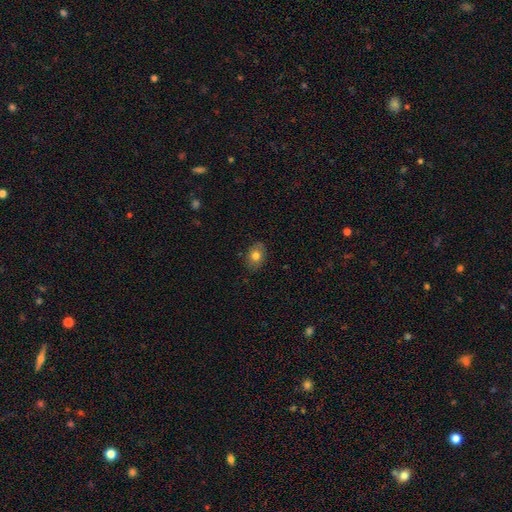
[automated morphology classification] The model was most divided on "how rounded": in between: 69%, round: 30%, cigar-shaped: 1%. More confident: merging — none (84%); smooth or featured — smooth (78%).